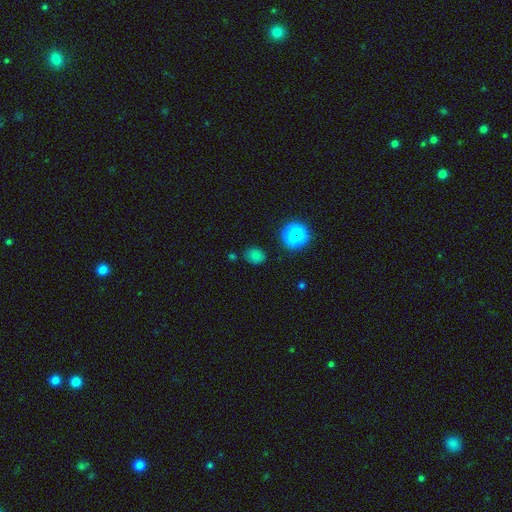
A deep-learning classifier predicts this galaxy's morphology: Smooth or featured? smooth (73%)
How rounded? round (64%)
Merging? none (79%)